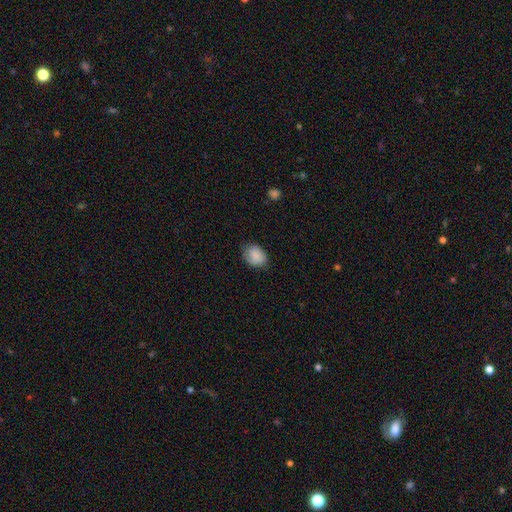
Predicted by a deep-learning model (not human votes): A smooth galaxy with no disk features (83%) that is in between round and cigar-shaped (60%). Merging: none (70%).